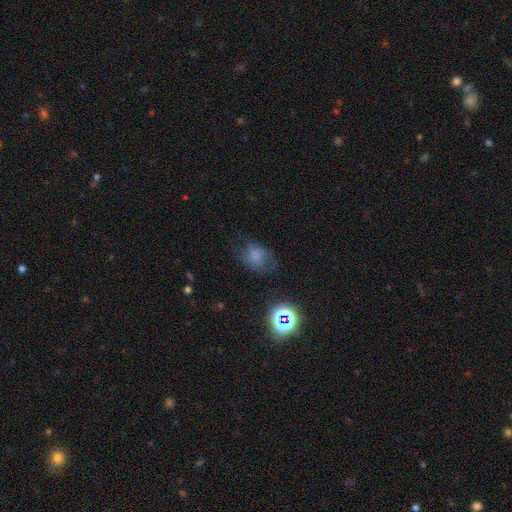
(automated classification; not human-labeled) This appears to be a smooth galaxy with no disk features (61%) that is in between round and cigar-shaped (66%). Merging: none (49%).